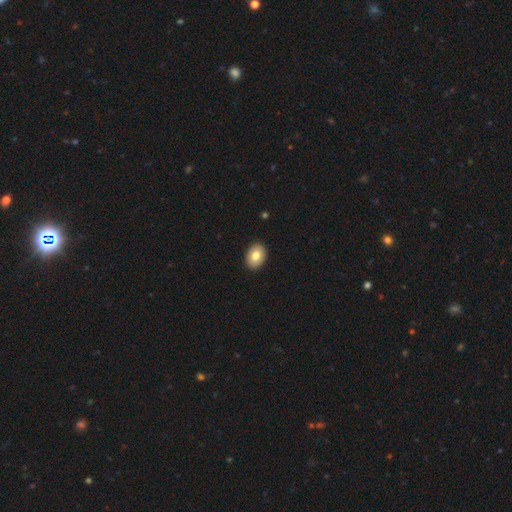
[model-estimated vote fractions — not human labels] Smooth or featured?
  - smooth: 79% *
  - featured or disk: 14%
  - star or artifact: 7%
How rounded?
  - in between: 79% *
  - round: 20%
  - cigar-shaped: 1%
Merging?
  - none: 91% *
  - minor disturbance: 6%
  - major disturbance: 2%
  - merger: 1%